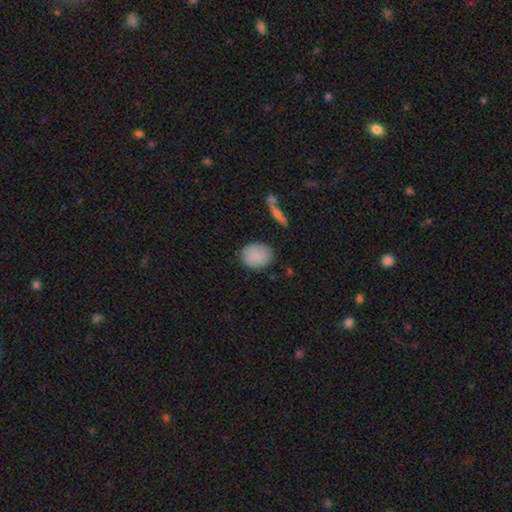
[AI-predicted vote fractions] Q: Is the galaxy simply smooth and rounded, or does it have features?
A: smooth — 88%.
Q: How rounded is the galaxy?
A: round — 60%.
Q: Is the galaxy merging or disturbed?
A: none — 83%.